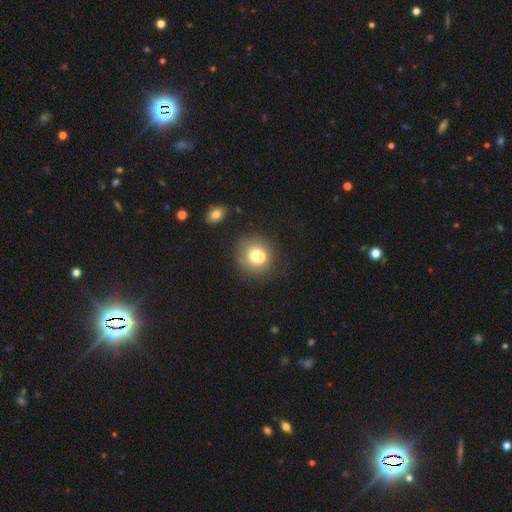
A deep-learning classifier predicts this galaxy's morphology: smooth 67%, featured or disk 22%, star or artifact 11%. Down the decision tree: how rounded — round (85%); merging — none (48%).